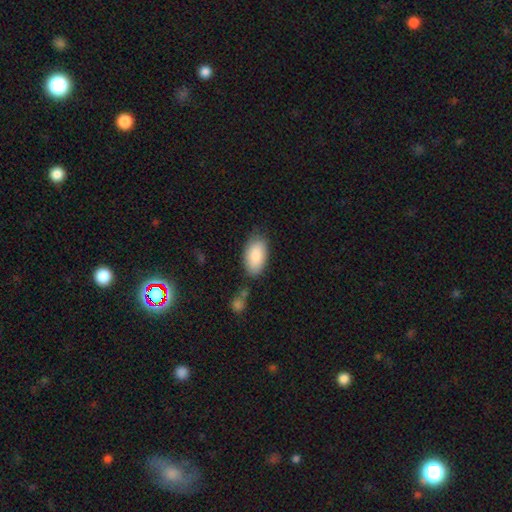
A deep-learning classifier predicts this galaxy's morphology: This appears to be a smooth galaxy with no disk features (88%) that is in between round and cigar-shaped (94%). Merging: none (73%).